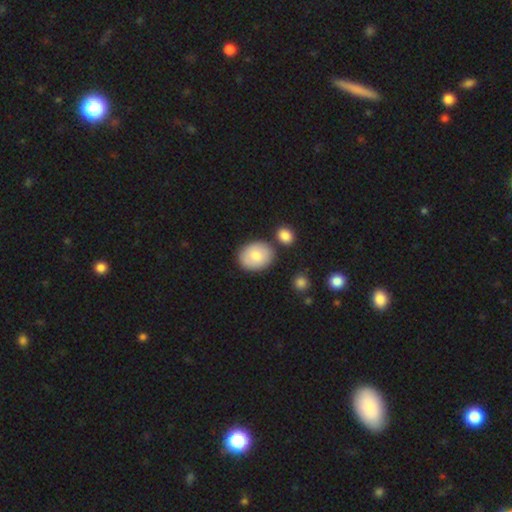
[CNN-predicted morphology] smooth_or_featured: smooth (p=0.79) [alt: featured or disk p=0.15]
how_rounded: in between (p=0.61) [alt: round p=0.38]
merging: none (p=0.75) [alt: minor disturbance p=0.13]